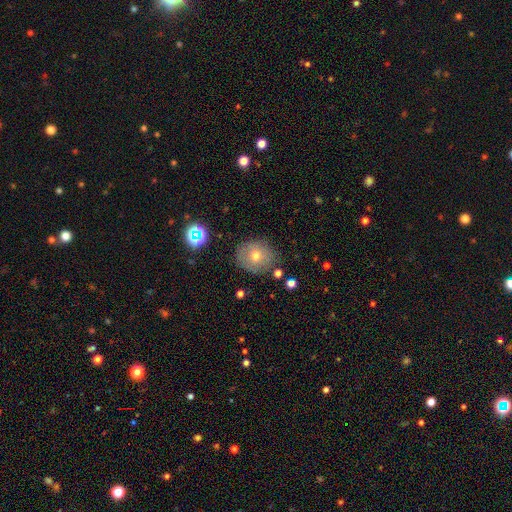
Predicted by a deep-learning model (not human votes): A smooth galaxy with no disk features (67%) that is round (79%). Merging: none (77%).